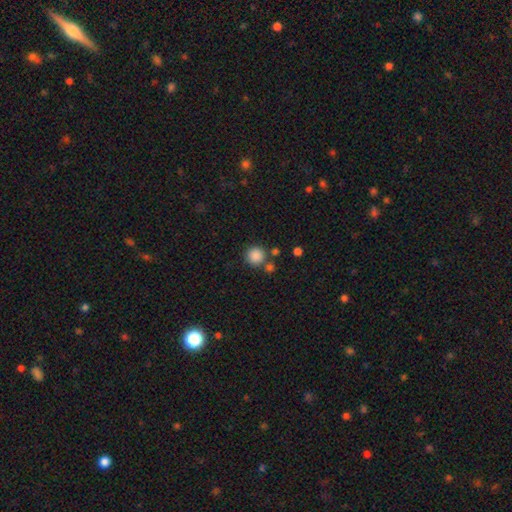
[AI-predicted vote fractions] Smooth or featured? smooth (86%)
How rounded? round (94%)
Merging? none (77%)